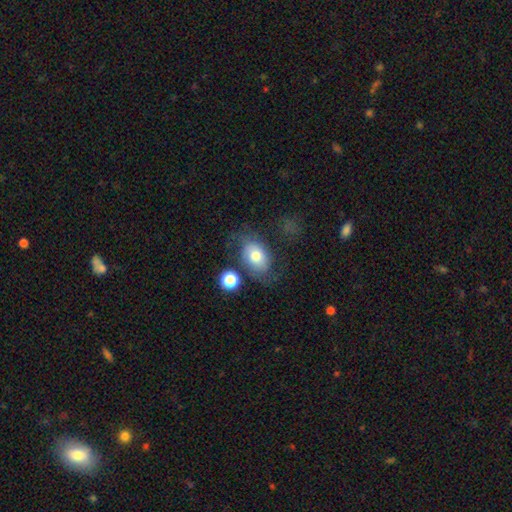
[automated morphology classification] A smooth galaxy with no disk features (64%) that is in between round and cigar-shaped (73%).

Vote fractions:
- Smooth or featured? smooth: 64% / featured or disk: 26% / star or artifact: 10%
- How rounded? in between: 73% / round: 25% / cigar-shaped: 1%
- Merging? none: 54% / minor disturbance: 21% / major disturbance: 17% / merger: 7%